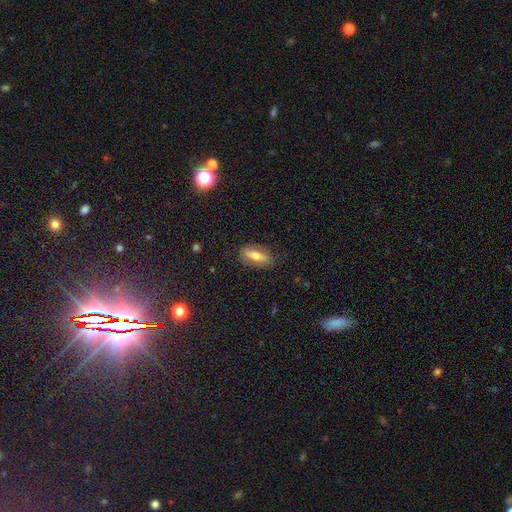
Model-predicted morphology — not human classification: Smooth or featured? Predicted: smooth (p=0.50). How rounded? Predicted: in between (p=0.62). Merging? Predicted: none (p=0.82).